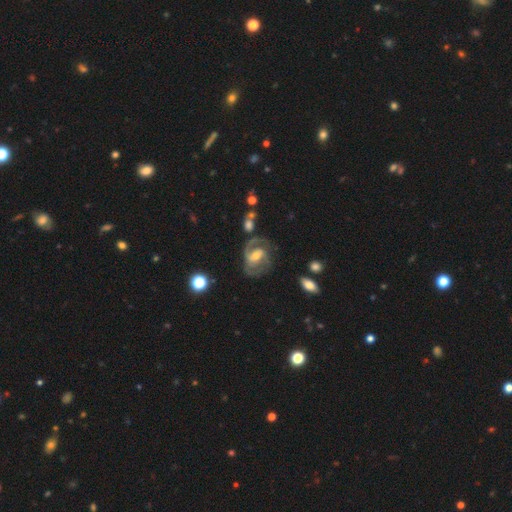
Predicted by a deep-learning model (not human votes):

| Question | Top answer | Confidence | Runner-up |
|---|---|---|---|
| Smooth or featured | featured or disk | 82% | smooth (11%) |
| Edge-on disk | no | 97% | yes (3%) |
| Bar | weak | 47% | no (29%) |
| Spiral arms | yes | 91% | no (9%) |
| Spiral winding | medium | 49% | tight (32%) |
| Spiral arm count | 2 | 62% | can't tell (14%) |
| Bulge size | moderate | 50% | small (42%) |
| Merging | none | 55% | minor disturbance (20%) |